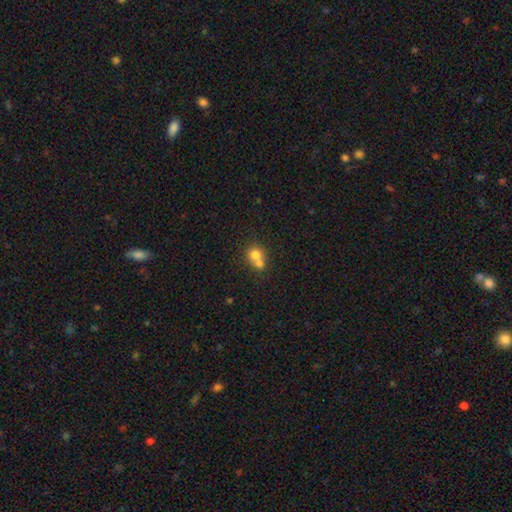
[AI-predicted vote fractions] Smooth or featured: smooth — 74% (featured or disk — 15%)
How rounded: round — 81% (in between — 18%)
Merging: merger — 60% (none — 32%)